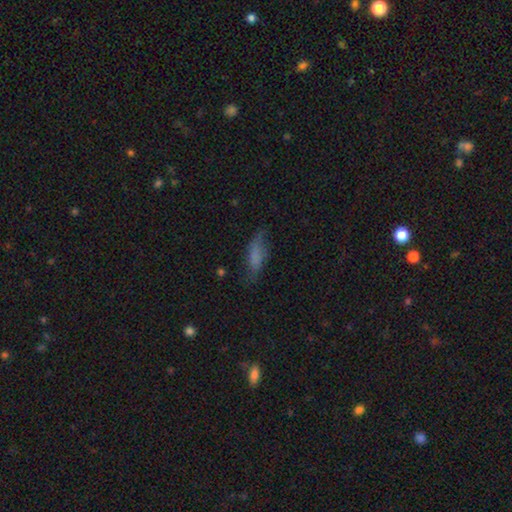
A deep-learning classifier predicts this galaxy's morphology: Smooth or featured? Predicted: smooth (p=0.65). How rounded? Predicted: in between (p=0.58). Merging? Predicted: none (p=0.55).